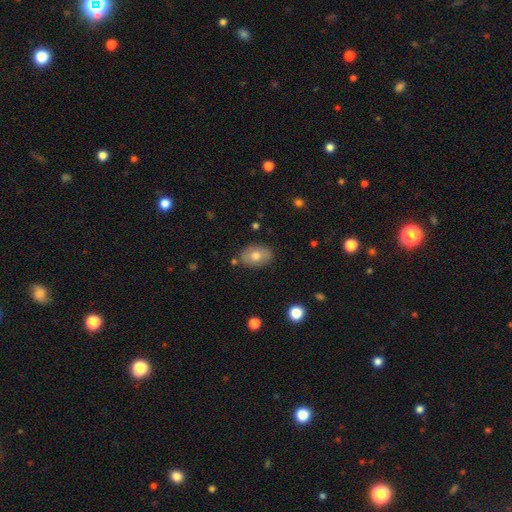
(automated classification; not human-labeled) Smooth or featured: smooth — 68% (featured or disk — 24%)
How rounded: in between — 79% (round — 19%)
Merging: none — 81% (minor disturbance — 13%)